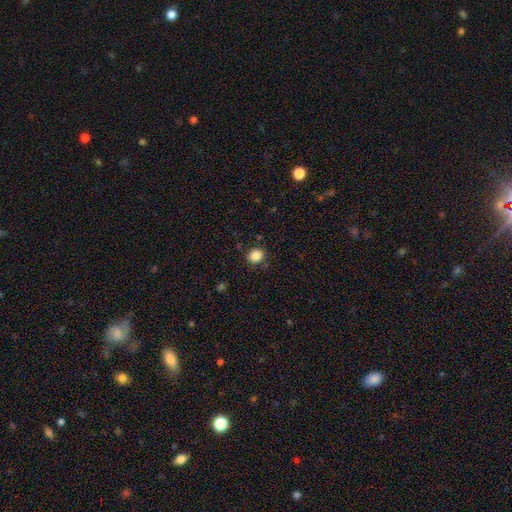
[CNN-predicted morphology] smooth 86%, star or artifact 10%, featured or disk 4%. Down the decision tree: how rounded — round (81%); merging — none (85%).